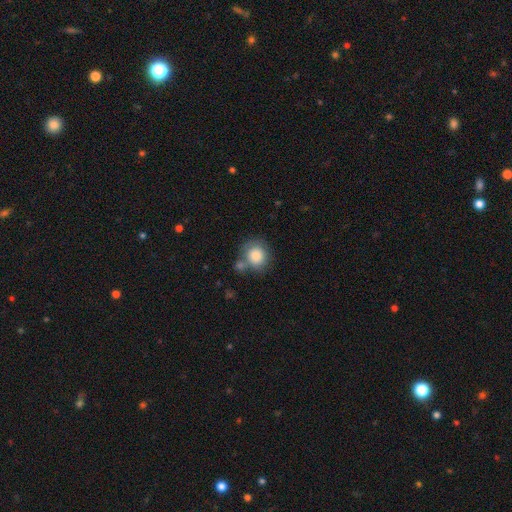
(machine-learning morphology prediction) smooth 83%, featured or disk 9%, star or artifact 8%. Down the decision tree: how rounded — round (82%); merging — none (57%).